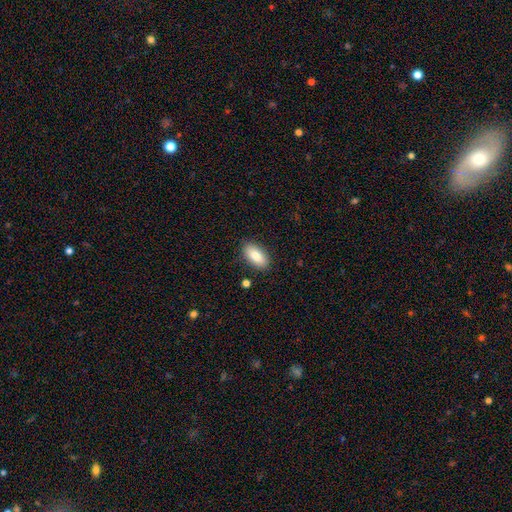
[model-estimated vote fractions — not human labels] smooth 84%, featured or disk 10%, star or artifact 7%. Down the decision tree: how rounded — in between (91%); merging — none (86%).